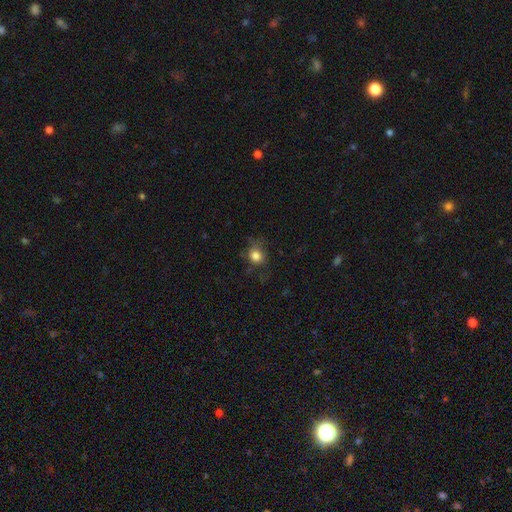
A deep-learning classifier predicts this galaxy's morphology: Q: Smooth or featured?
A: smooth (81%); runner-up: star or artifact (11%)
Q: How rounded?
A: round (75%); runner-up: in between (24%)
Q: Merging?
A: none (65%); runner-up: minor disturbance (23%)